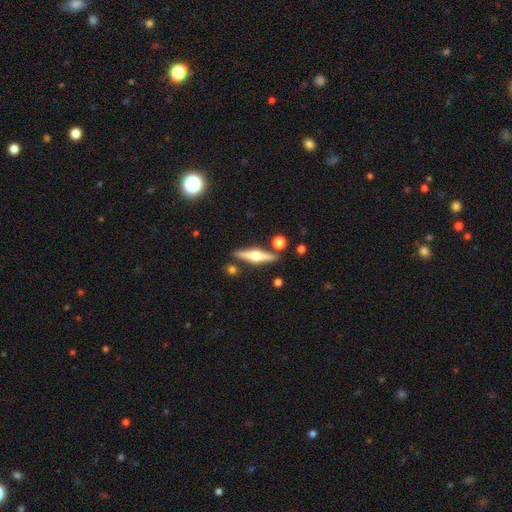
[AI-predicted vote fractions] A featured or disk galaxy (70%) viewed edge-on (97%) with a rounded central bulge (94%).

Vote fractions:
- Smooth or featured? featured or disk: 70% / smooth: 24% / star or artifact: 6%
- Edge-on disk? yes: 97% / no: 3%
- Edge-on bulge? rounded: 94% / boxy: 4% / none: 2%
- Merging? none: 84% / minor disturbance: 8% / merger: 5% / major disturbance: 2%